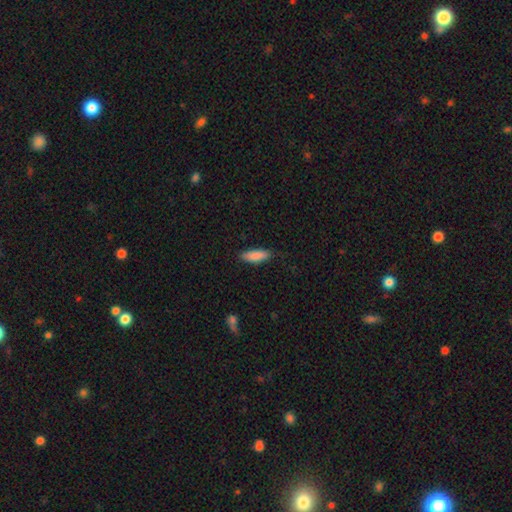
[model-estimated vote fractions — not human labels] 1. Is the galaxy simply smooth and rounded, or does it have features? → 87% smooth, 7% featured or disk, 6% star or artifact.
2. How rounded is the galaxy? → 53% in between, 46% cigar-shaped, 2% round.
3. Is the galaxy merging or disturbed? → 83% none, 13% minor disturbance, 3% major disturbance, 1% merger.